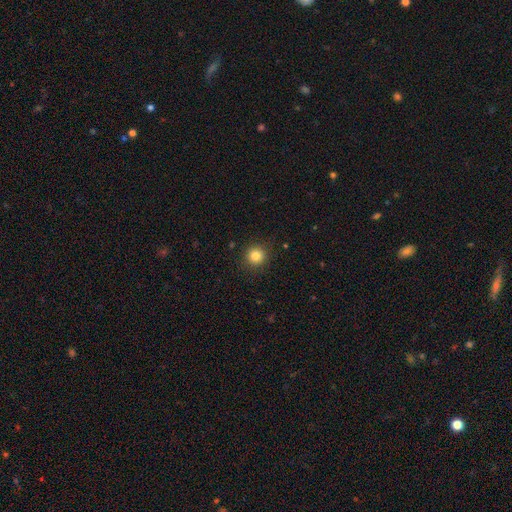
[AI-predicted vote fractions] smooth_or_featured: smooth (p=0.82) [alt: star or artifact p=0.12]
how_rounded: round (p=0.93) [alt: in between p=0.06]
merging: none (p=0.90) [alt: minor disturbance p=0.07]